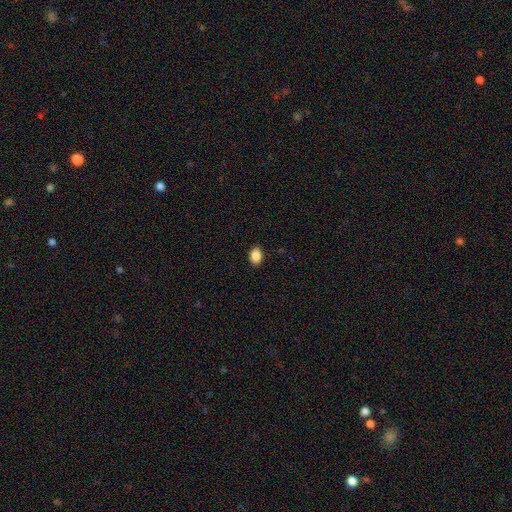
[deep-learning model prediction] Smooth or featured? smooth (88%)
How rounded? in between (80%)
Merging? none (89%)